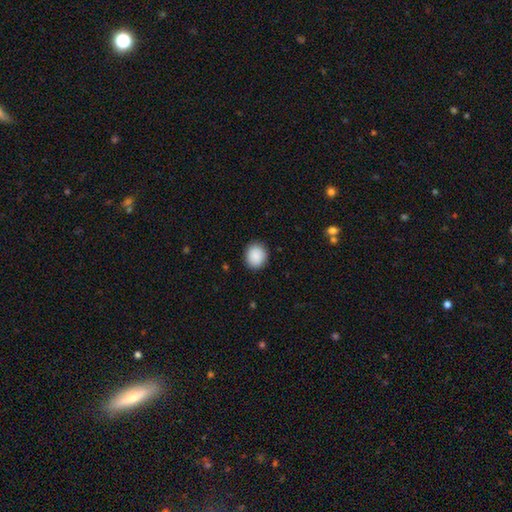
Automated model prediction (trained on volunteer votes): Morphology: type=smooth (90%); roundness=round (77%); merging=none (89%).